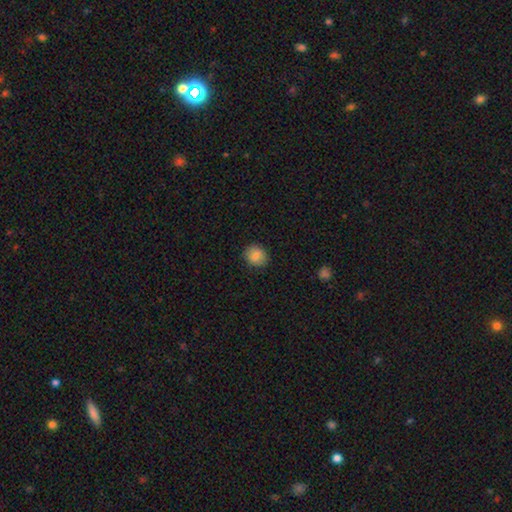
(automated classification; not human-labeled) This appears to be a smooth galaxy with no disk features (85%) that is round (78%). Merging: none (89%).